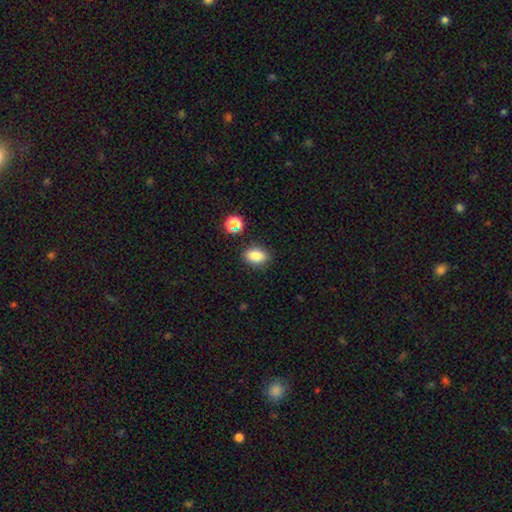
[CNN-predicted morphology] This appears to be a smooth galaxy with no disk features (82%) that is in between round and cigar-shaped (81%). Merging: none (84%).